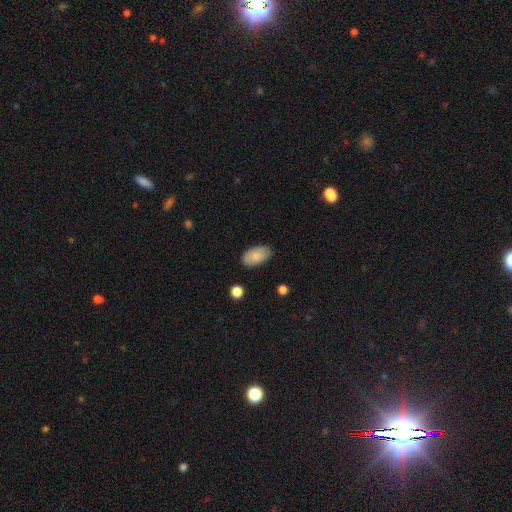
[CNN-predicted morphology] This appears to be a smooth galaxy with no disk features (84%) that is in between round and cigar-shaped (94%). Merging: none (81%).